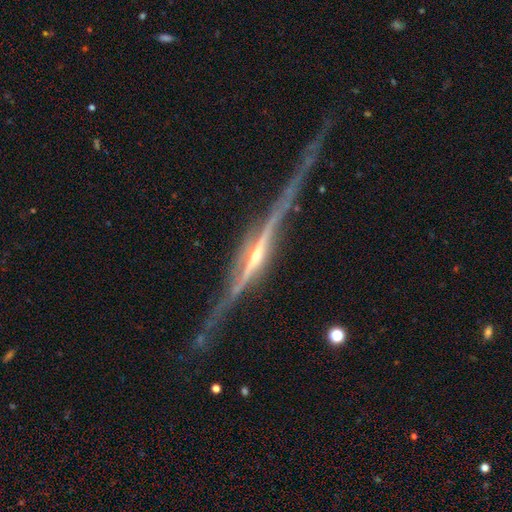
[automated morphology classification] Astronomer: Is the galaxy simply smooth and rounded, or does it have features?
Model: featured or disk — 90%.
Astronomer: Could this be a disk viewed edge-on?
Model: yes — 97%.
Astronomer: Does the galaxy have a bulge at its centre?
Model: rounded — 77%.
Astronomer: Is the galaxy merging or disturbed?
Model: none — 72%.